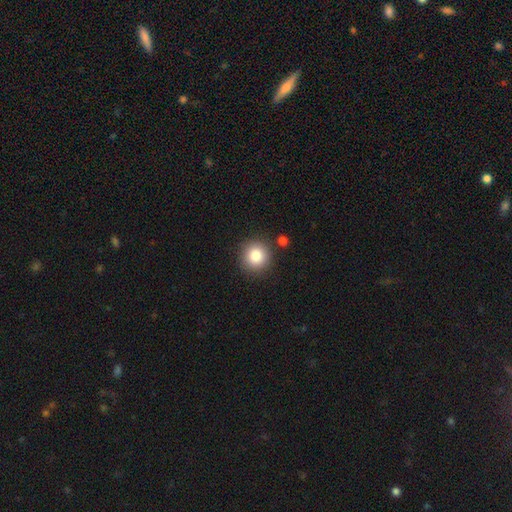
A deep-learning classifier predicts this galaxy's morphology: A smooth galaxy with no disk features (85%) that is round (92%). Merging: none (85%).